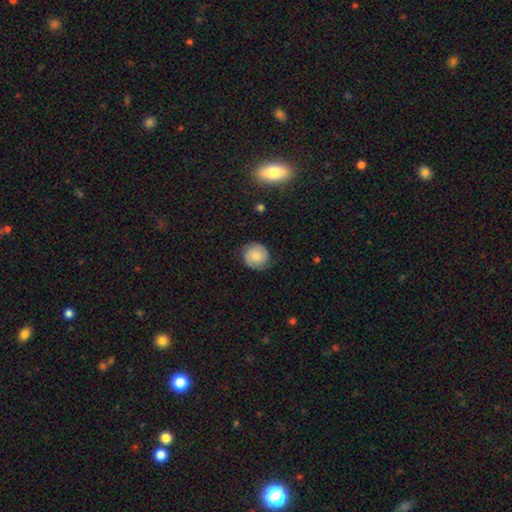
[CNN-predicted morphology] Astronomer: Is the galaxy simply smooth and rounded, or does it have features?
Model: smooth — 50% (runner-up: featured or disk, 41%).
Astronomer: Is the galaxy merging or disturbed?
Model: none — 77%.